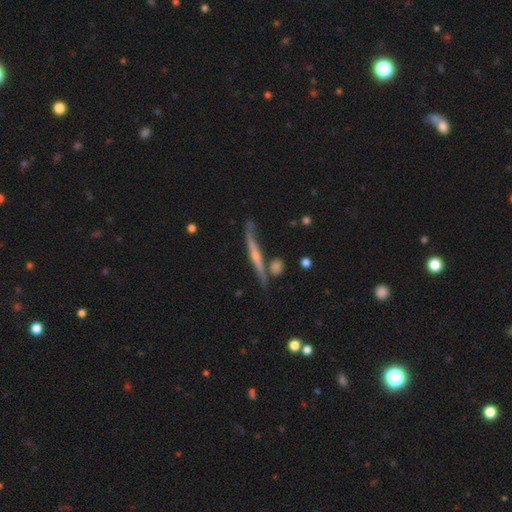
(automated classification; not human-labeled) smooth_or_featured: featured or disk (p=0.70) [alt: smooth p=0.23]
disk_edge_on: yes (p=0.94) [alt: no p=0.06]
edge_on_bulge: rounded (p=0.54) [alt: none p=0.36]
merging: none (p=0.69) [alt: minor disturbance p=0.17]